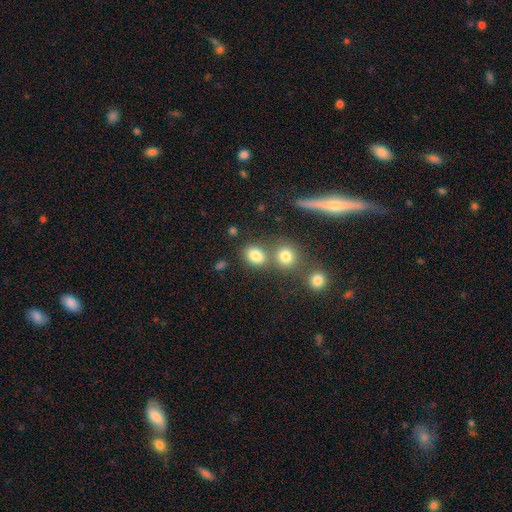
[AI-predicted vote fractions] Smooth or featured? smooth (80%)
How rounded? in between (53%)
Merging? none (60%)